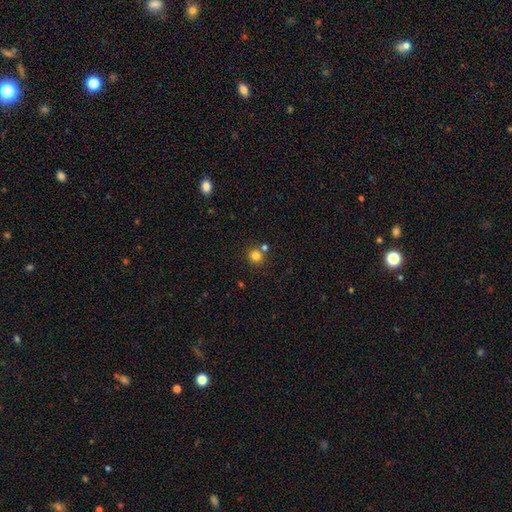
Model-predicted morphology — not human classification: The model was most divided on "merging": none: 70%, merger: 20%, minor disturbance: 7%, major disturbance: 3%. More confident: how rounded — round (91%); smooth or featured — smooth (80%).